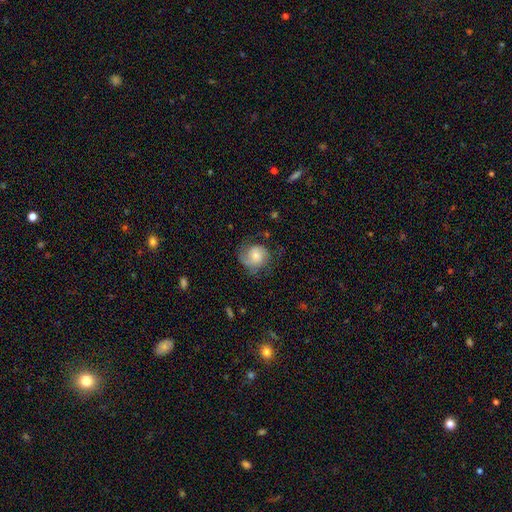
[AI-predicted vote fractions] smooth_or_featured: featured or disk (p=0.50) [alt: smooth p=0.42]
disk_edge_on: no (p=0.97) [alt: yes p=0.03]
merging: none (p=0.63) [alt: minor disturbance p=0.22]